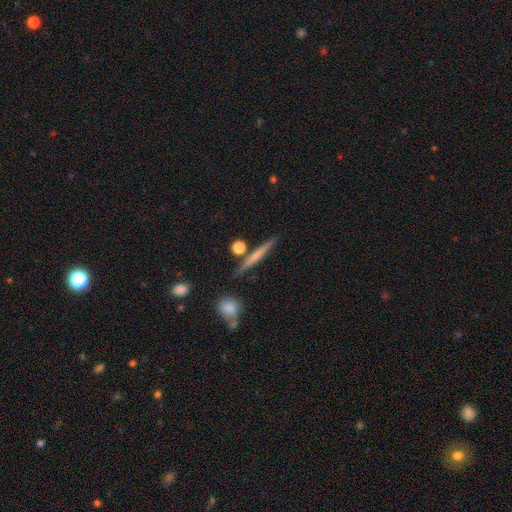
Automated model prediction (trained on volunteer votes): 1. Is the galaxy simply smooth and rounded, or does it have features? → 47% featured or disk, 46% smooth, 7% star or artifact.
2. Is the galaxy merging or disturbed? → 83% none, 9% minor disturbance, 6% merger, 2% major disturbance.